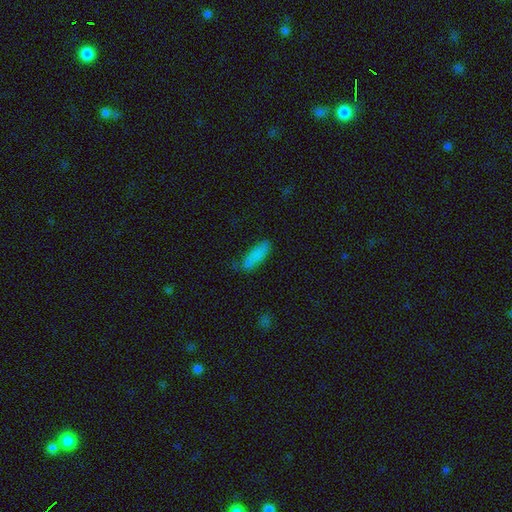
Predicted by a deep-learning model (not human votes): smooth-or-featured: smooth: 83% | featured or disk: 9% | star or artifact: 8%
  how-rounded: in between: 54% | cigar-shaped: 44% | round: 2%
  merging: none: 66% | minor disturbance: 25% | major disturbance: 6% | merger: 3%